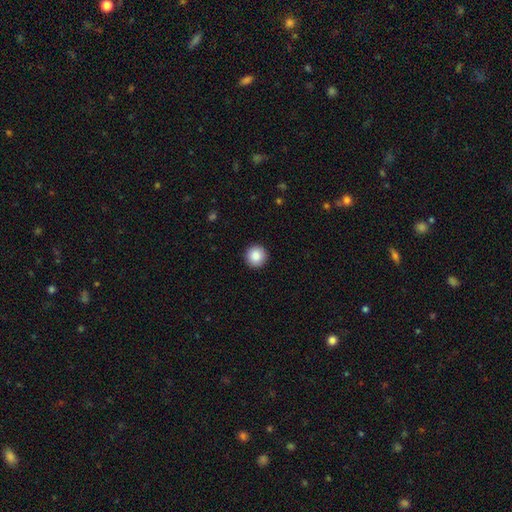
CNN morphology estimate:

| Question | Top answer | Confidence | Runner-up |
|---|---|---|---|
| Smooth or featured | smooth | 87% | star or artifact (8%) |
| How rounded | round | 96% | in between (3%) |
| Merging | none | 93% | minor disturbance (4%) |